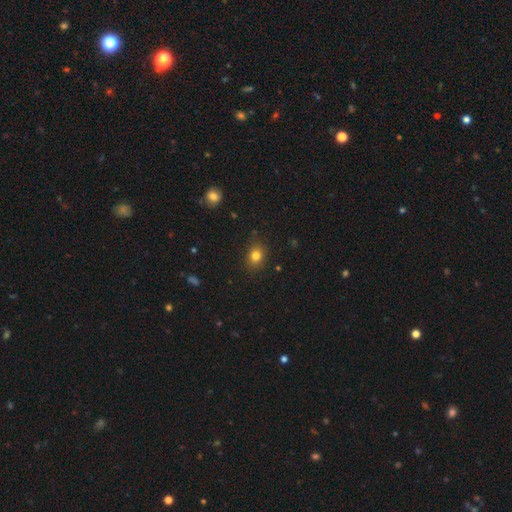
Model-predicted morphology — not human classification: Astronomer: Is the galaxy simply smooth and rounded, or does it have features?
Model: smooth — 81%.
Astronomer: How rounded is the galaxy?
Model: round — 53% (runner-up: in between, 46%).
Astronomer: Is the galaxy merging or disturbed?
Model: none — 84%.